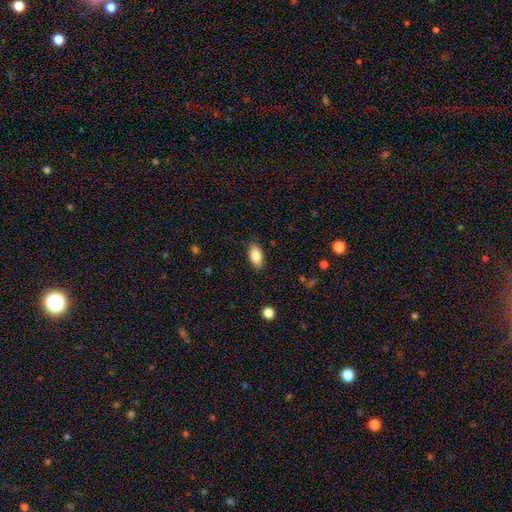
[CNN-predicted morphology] Overall: smooth (86%). How rounded: in between (92%). Merging: none (86%).